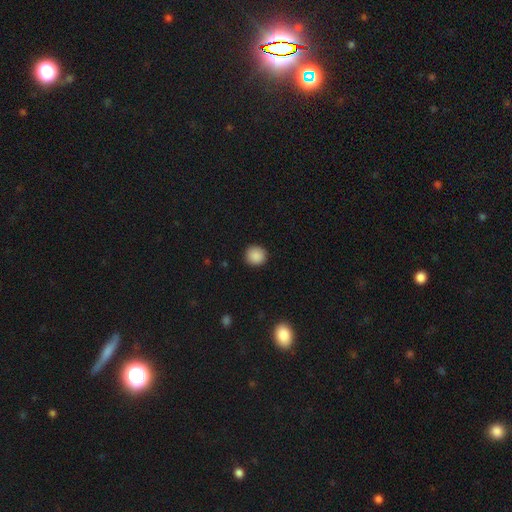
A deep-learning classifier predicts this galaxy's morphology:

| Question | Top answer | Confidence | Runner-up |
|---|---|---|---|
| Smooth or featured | smooth | 89% | star or artifact (9%) |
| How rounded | round | 93% | in between (6%) |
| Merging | none | 92% | minor disturbance (5%) |